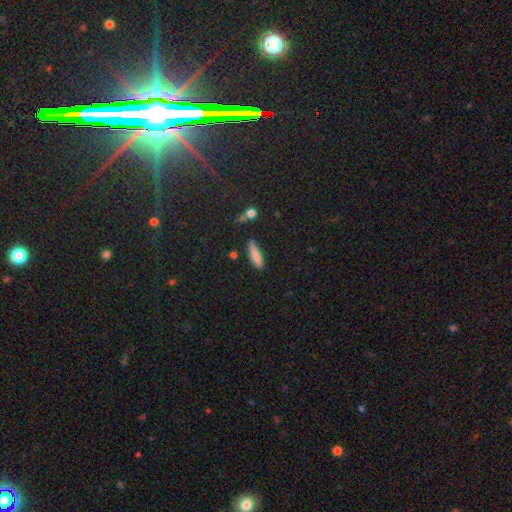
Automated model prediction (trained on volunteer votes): smooth_or_featured: smooth (p=0.83) [alt: featured or disk p=0.09]
how_rounded: cigar-shaped (p=0.68) [alt: in between p=0.30]
merging: none (p=0.77) [alt: minor disturbance p=0.16]